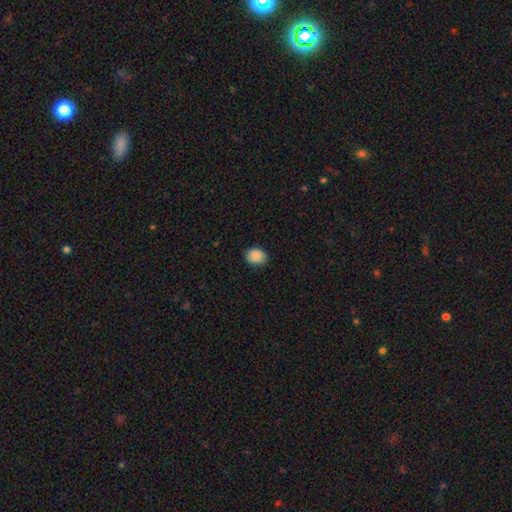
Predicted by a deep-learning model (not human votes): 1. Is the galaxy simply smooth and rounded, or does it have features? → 89% smooth, 8% star or artifact, 3% featured or disk.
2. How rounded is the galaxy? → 53% in between, 46% round, 1% cigar-shaped.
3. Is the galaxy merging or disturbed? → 85% none, 12% minor disturbance, 2% major disturbance, 1% merger.